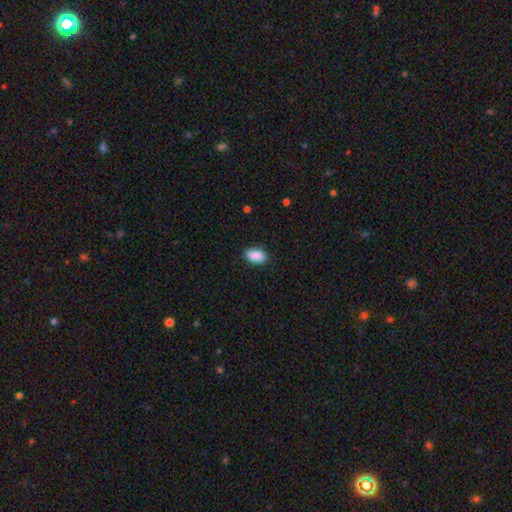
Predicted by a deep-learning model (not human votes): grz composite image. It shows a smooth galaxy with no disk features (90%) that is in between round and cigar-shaped (93%). Merging: none (87%).